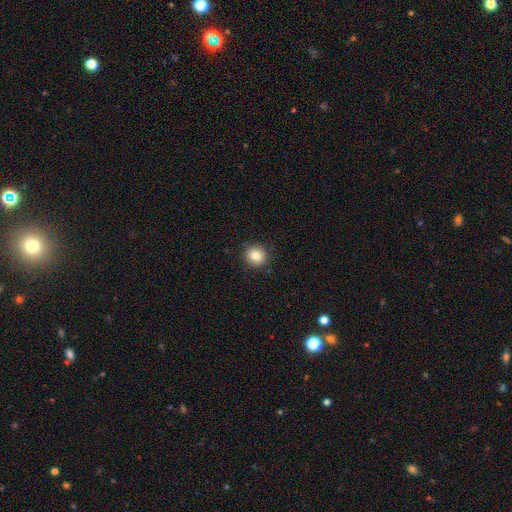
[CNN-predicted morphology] Smooth or featured? smooth (83%)
How rounded? round (89%)
Merging? none (90%)